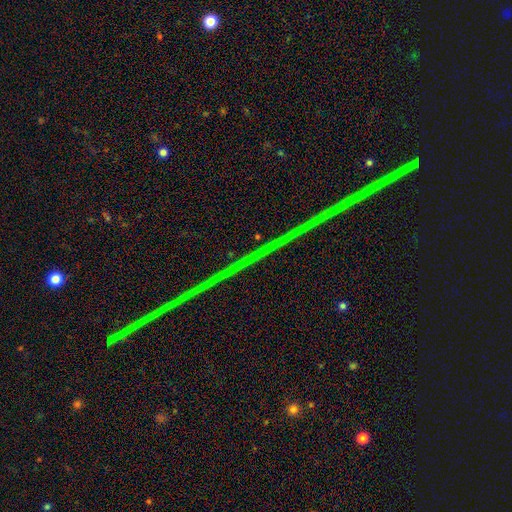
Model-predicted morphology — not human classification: star or artifact 89%, featured or disk 7%, smooth 4%.